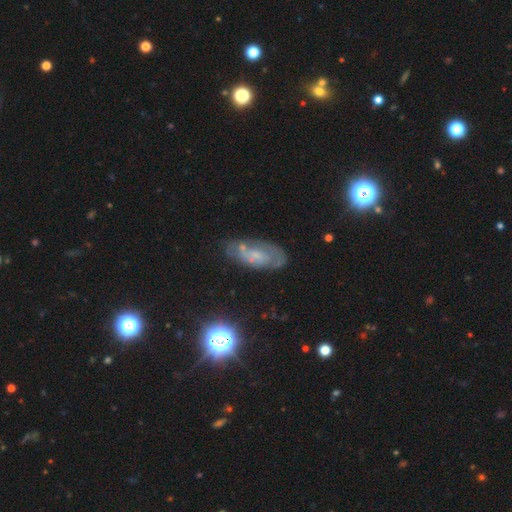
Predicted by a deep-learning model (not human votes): A featured or disk galaxy (61%) with no bar (63%), spiral arms (69%) and a small central bulge (53%). Merging: none (62%).